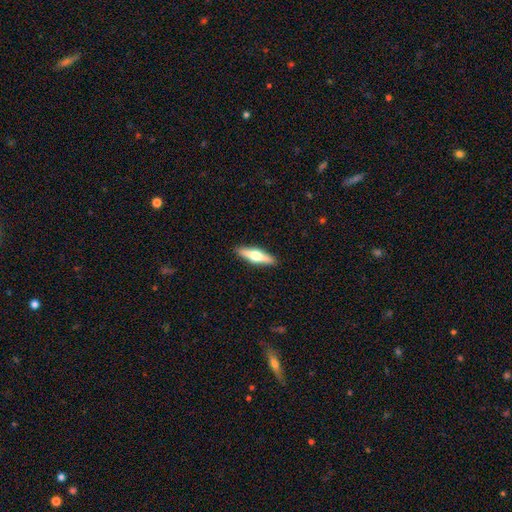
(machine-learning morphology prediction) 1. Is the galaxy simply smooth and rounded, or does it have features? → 54% featured or disk, 40% smooth, 5% star or artifact.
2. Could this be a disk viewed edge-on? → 95% yes, 5% no.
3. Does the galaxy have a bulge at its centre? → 94% rounded, 3% boxy, 2% none.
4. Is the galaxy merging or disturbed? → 91% none, 7% minor disturbance, 2% major disturbance, 1% merger.